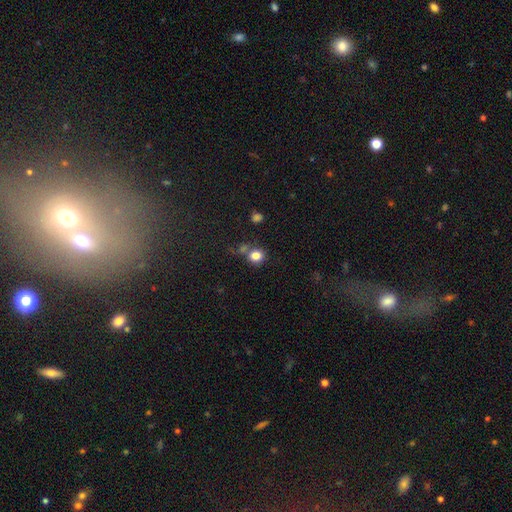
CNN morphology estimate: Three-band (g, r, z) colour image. It shows a smooth galaxy with no disk features (81%) that is round (78%). Merging: none (64%).